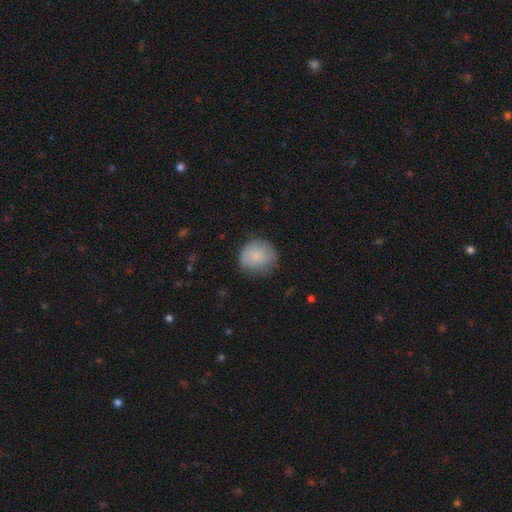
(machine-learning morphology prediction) Q: Smooth or featured?
A: smooth (79%); runner-up: featured or disk (14%)
Q: How rounded?
A: round (87%); runner-up: in between (12%)
Q: Merging?
A: none (74%); runner-up: minor disturbance (20%)